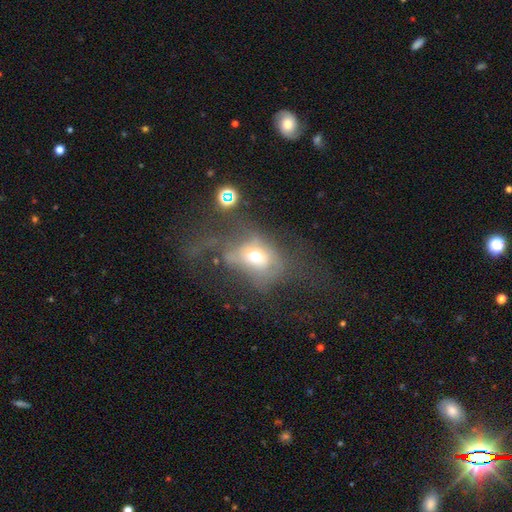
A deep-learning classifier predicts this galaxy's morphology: A smooth galaxy with no disk features (48%).

Vote fractions:
- Smooth or featured? smooth: 48% / featured or disk: 37% / star or artifact: 15%
- Merging? major disturbance: 57% / none: 20% / minor disturbance: 15% / merger: 8%